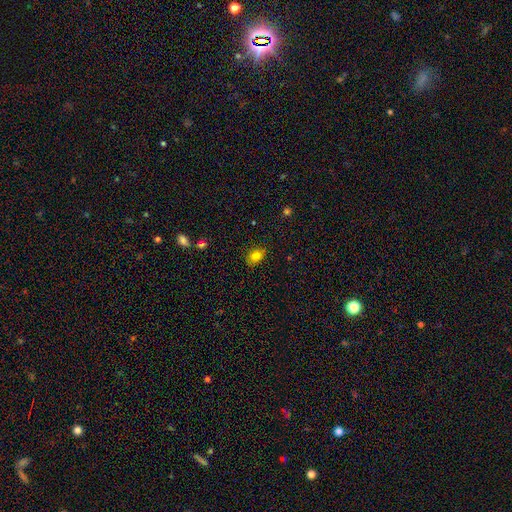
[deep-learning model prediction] Q: Smooth or featured?
A: smooth (80%); runner-up: star or artifact (11%)
Q: How rounded?
A: in between (65%); runner-up: round (34%)
Q: Merging?
A: none (80%); runner-up: minor disturbance (16%)